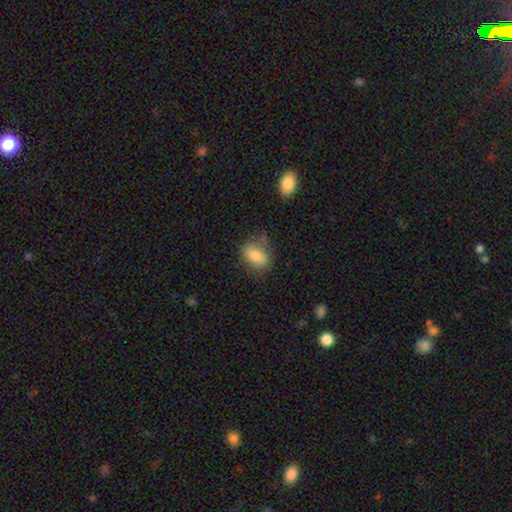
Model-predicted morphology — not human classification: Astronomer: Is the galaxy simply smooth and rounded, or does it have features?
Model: smooth — 80%.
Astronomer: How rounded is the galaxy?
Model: in between — 77%.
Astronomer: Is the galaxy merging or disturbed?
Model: none — 67%.